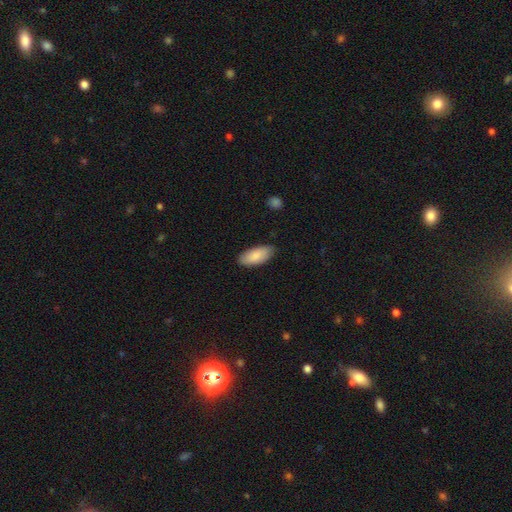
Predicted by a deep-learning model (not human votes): Smooth or featured? smooth (87%)
How rounded? in between (89%)
Merging? none (84%)